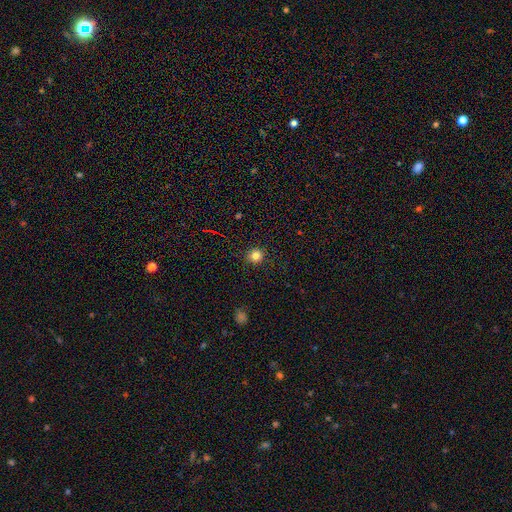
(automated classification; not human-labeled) Morphology: type=smooth (81%); roundness=round (92%); merging=none (91%).